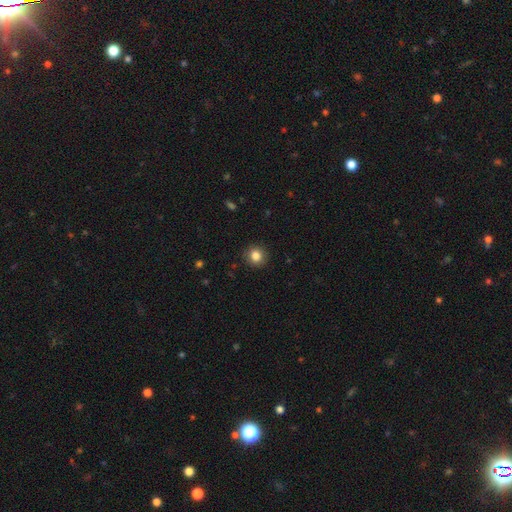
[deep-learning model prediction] Smooth or featured? Predicted: smooth (p=0.84). How rounded? Predicted: round (p=0.90). Merging? Predicted: none (p=0.90).